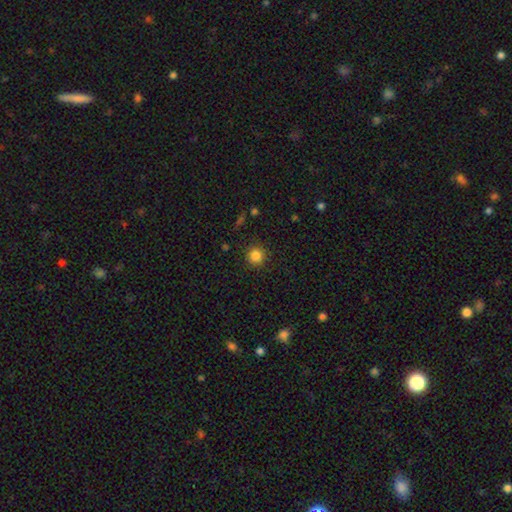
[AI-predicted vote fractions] Smooth or featured?
  - smooth: 84% *
  - star or artifact: 12%
  - featured or disk: 4%
How rounded?
  - round: 93% *
  - in between: 6%
  - cigar-shaped: 1%
Merging?
  - none: 90% *
  - minor disturbance: 6%
  - major disturbance: 2%
  - merger: 1%